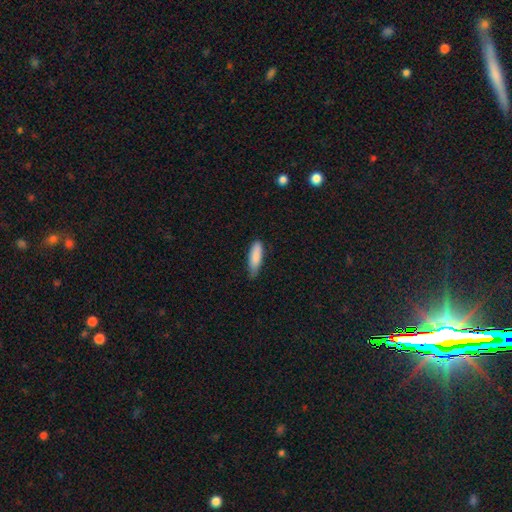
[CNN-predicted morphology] Smooth or featured?
  - smooth: 87% *
  - featured or disk: 7%
  - star or artifact: 6%
How rounded?
  - in between: 50% *
  - cigar-shaped: 48%
  - round: 2%
Merging?
  - none: 63% *
  - minor disturbance: 32%
  - major disturbance: 4%
  - merger: 1%